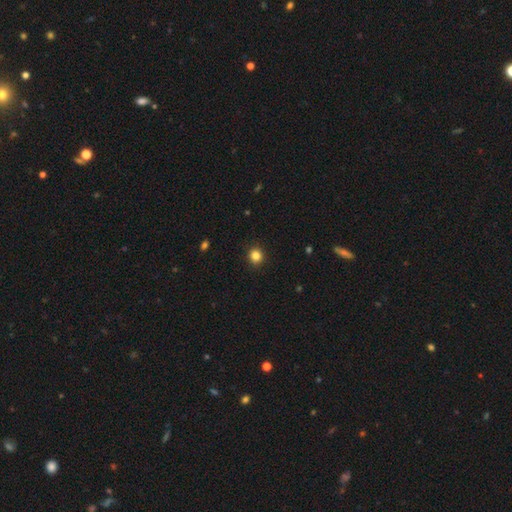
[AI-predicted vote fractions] Smooth or featured? Predicted: smooth (p=0.84). How rounded? Predicted: round (p=0.90). Merging? Predicted: none (p=0.92).